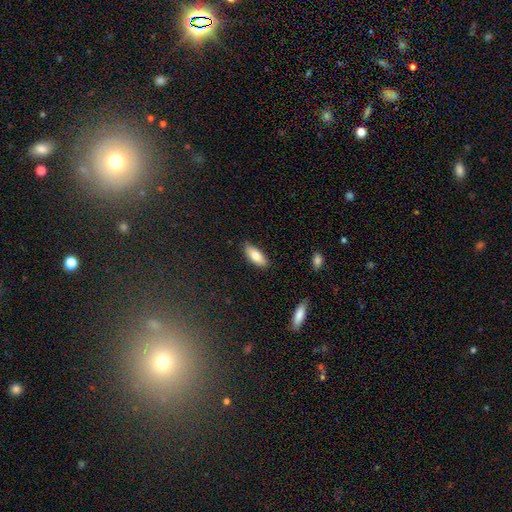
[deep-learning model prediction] smooth-or-featured: smooth: 79% | featured or disk: 15% | star or artifact: 6%
  how-rounded: in between: 76% | cigar-shaped: 22% | round: 2%
  merging: none: 84% | minor disturbance: 12% | major disturbance: 2% | merger: 1%